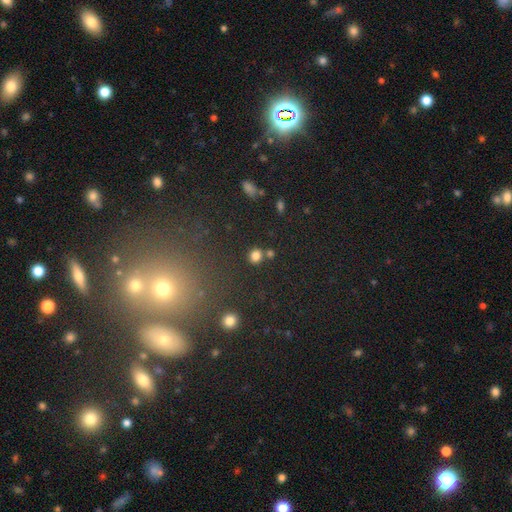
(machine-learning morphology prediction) A smooth galaxy with no disk features (80%) that is round (79%). Merging: none (76%).